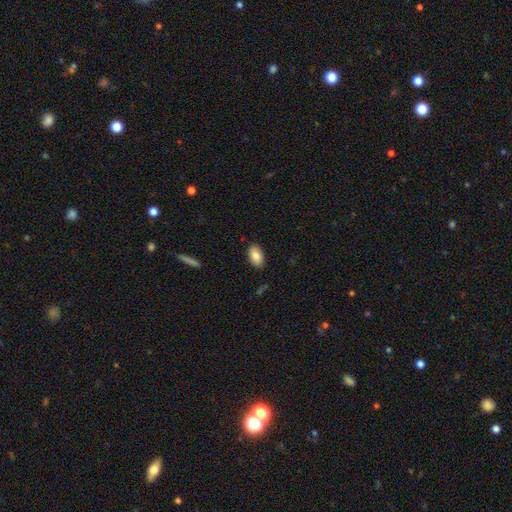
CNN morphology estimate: A smooth galaxy with no disk features (84%) that is in between round and cigar-shaped (93%). Merging: none (87%).